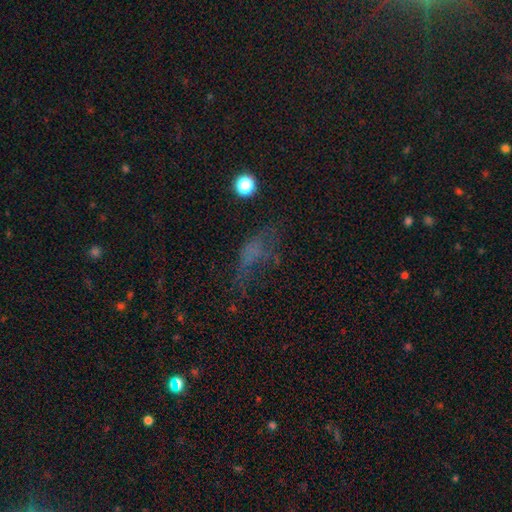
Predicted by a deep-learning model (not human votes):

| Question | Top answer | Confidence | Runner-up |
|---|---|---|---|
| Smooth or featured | star or artifact | 39% | smooth (36%) |